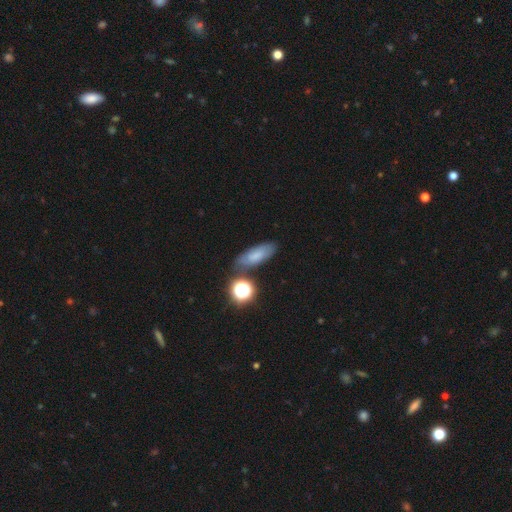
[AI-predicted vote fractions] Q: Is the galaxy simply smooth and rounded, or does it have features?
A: smooth — 69%.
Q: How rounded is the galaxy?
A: in between — 69%.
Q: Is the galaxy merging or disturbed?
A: none — 71%.